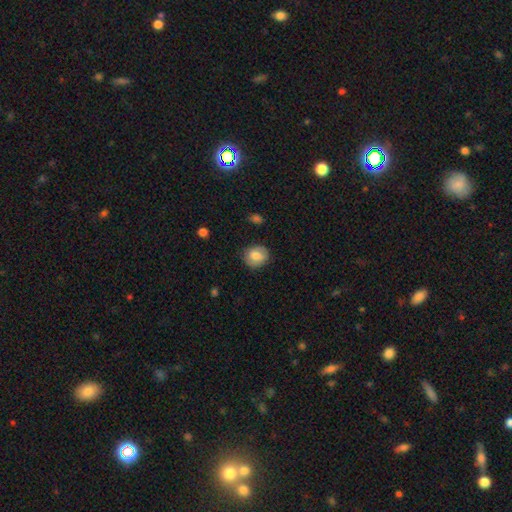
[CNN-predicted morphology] A smooth galaxy with no disk features (73%) that is round (63%). Merging: none (79%).